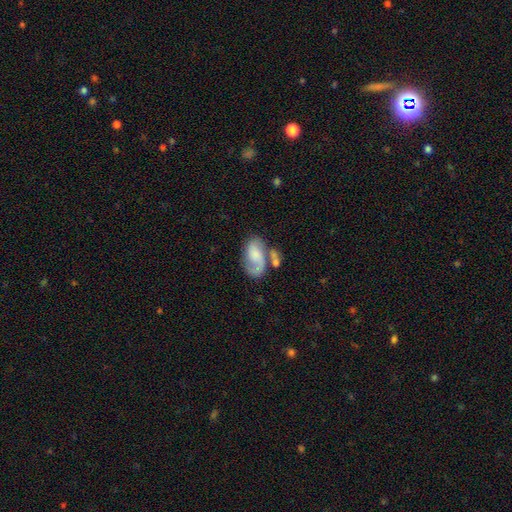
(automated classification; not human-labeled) Smooth or featured?
  - featured or disk: 63% *
  - smooth: 30%
  - star or artifact: 7%
Edge-on disk?
  - no: 97% *
  - yes: 3%
Bar?
  - no: 63% *
  - weak: 30%
  - strong: 7%
Spiral arms?
  - yes: 87% *
  - no: 13%
Spiral winding?
  - medium: 43% *
  - loose: 33%
  - tight: 24%
Spiral arm count?
  - 2: 59% *
  - 1: 31%
  - can't tell: 8%
  - 3: 1%
  - 4: 1%
  - more than 4: 1%
Bulge size?
  - small: 33% *
  - none: 28%
  - moderate: 27%
  - large: 10%
  - dominant: 3%
Merging?
  - none: 39% *
  - merger: 23%
  - minor disturbance: 21%
  - major disturbance: 17%